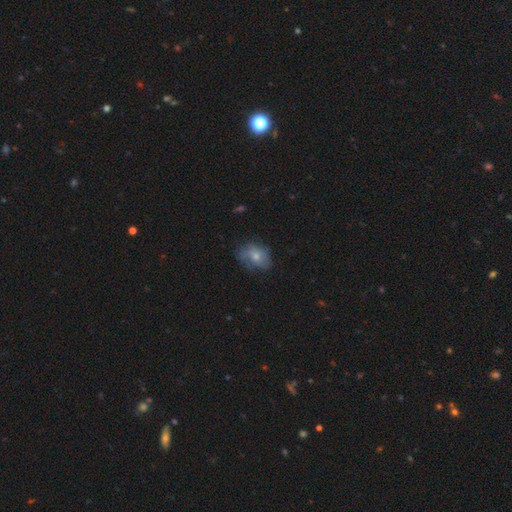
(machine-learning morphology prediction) smooth-or-featured: smooth: 57% | featured or disk: 35% | star or artifact: 8%
  how-rounded: in between: 71% | round: 28% | cigar-shaped: 1%
  merging: none: 56% | minor disturbance: 30% | major disturbance: 12% | merger: 2%